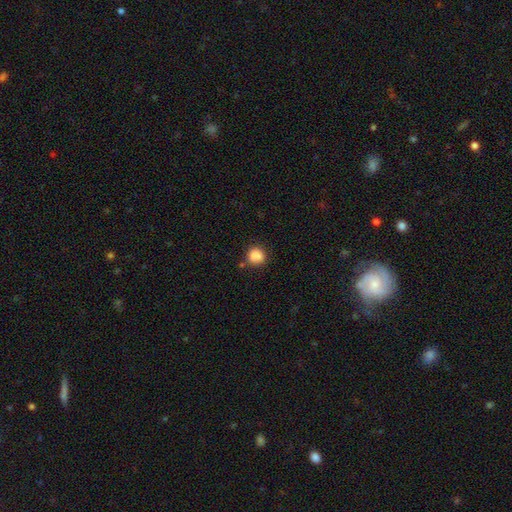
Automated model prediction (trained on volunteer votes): This is clearly a smooth galaxy (86%). How rounded: clearly round (80%). Merging: likely none (70%).